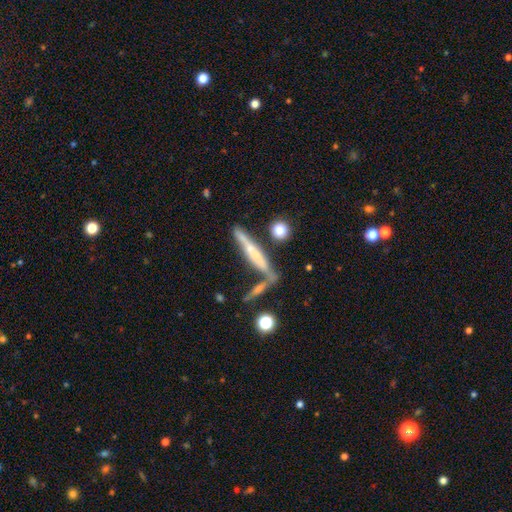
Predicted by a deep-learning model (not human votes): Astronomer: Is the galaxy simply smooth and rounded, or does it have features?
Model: featured or disk — 60%.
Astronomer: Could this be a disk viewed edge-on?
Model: yes — 89%.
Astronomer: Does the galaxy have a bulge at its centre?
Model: rounded — 45% (runner-up: none, 42%).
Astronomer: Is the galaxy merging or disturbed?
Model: none — 59%.